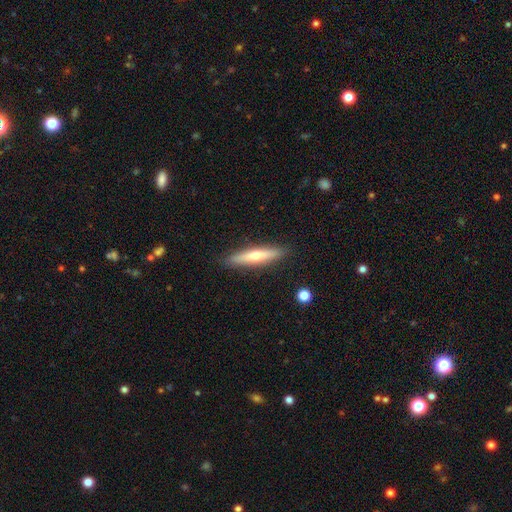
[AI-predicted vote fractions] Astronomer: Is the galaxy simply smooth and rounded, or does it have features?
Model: featured or disk — 47%, tied with smooth at 47%.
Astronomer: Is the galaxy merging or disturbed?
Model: none — 90%.